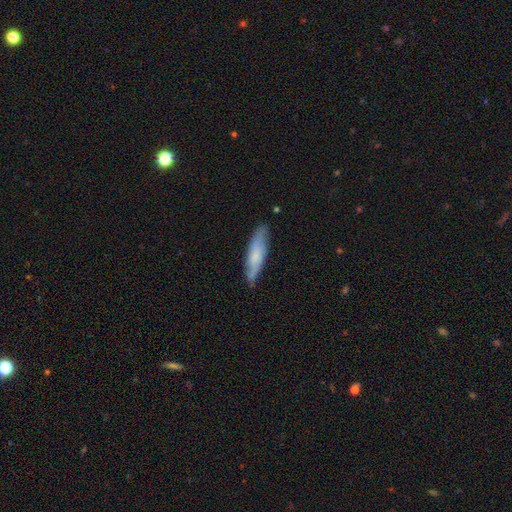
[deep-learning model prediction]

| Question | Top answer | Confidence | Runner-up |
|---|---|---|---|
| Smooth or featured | smooth | 60% | featured or disk (34%) |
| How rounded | cigar-shaped | 74% | in between (25%) |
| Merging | none | 81% | minor disturbance (15%) |